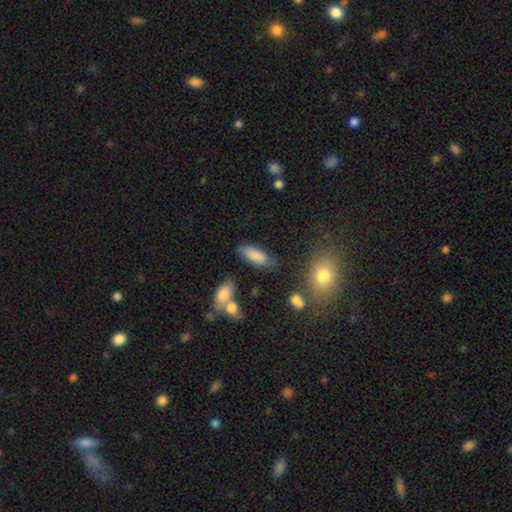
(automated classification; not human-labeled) A smooth galaxy with no disk features (85%) that is in between round and cigar-shaped (70%). Merging: none (76%).